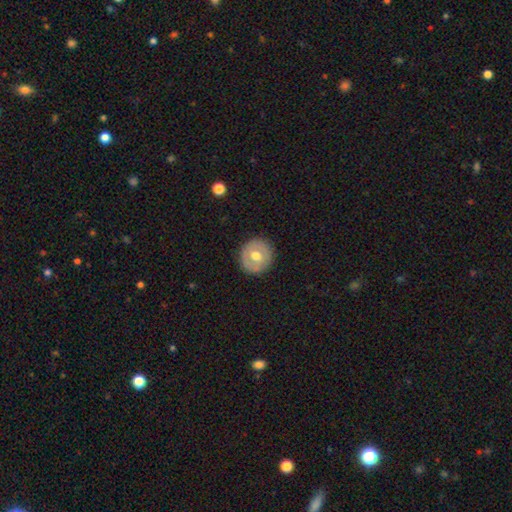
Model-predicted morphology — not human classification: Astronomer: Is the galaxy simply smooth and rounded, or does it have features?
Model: smooth — 56% (runner-up: featured or disk, 38%).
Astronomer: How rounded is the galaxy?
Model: round — 92%.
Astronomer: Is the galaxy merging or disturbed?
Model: none — 89%.